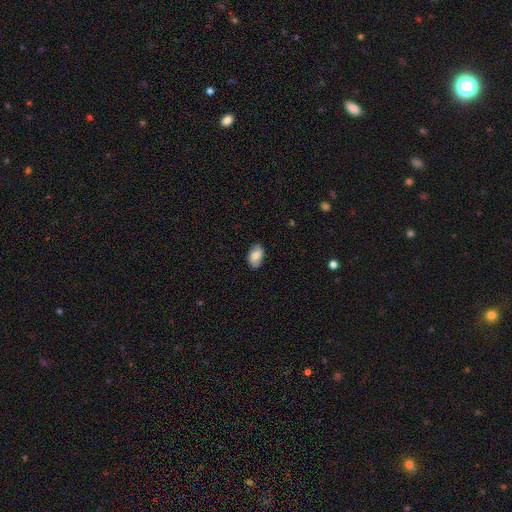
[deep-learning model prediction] smooth 81%, featured or disk 12%, star or artifact 7%. Down the decision tree: how rounded — in between (91%); merging — none (81%).